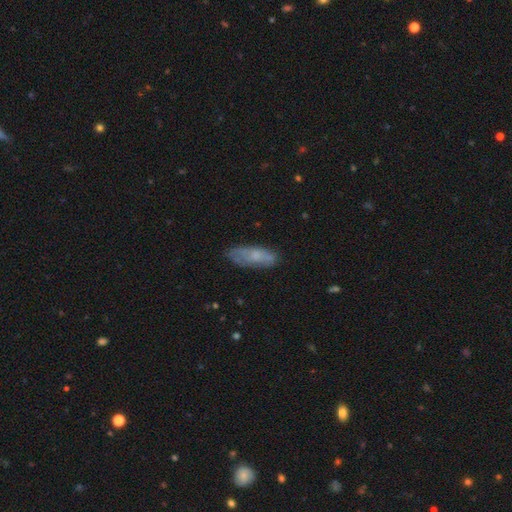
Smooth or featured? smooth (63%)
How rounded? in between (58%)
Merging? none (58%)